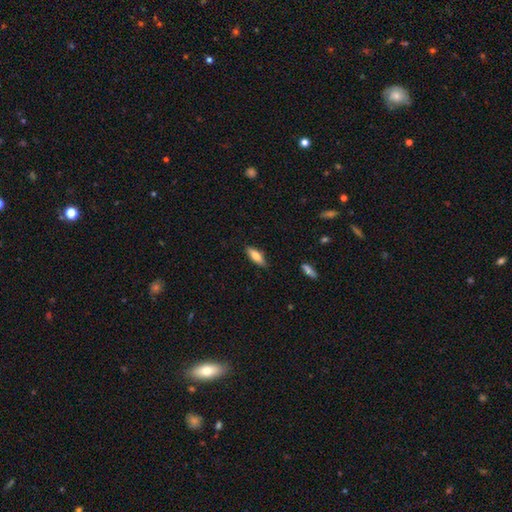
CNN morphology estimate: The model was most divided on "how rounded": in between: 64%, cigar-shaped: 34%, round: 2%. More confident: merging — none (85%); smooth or featured — smooth (76%).